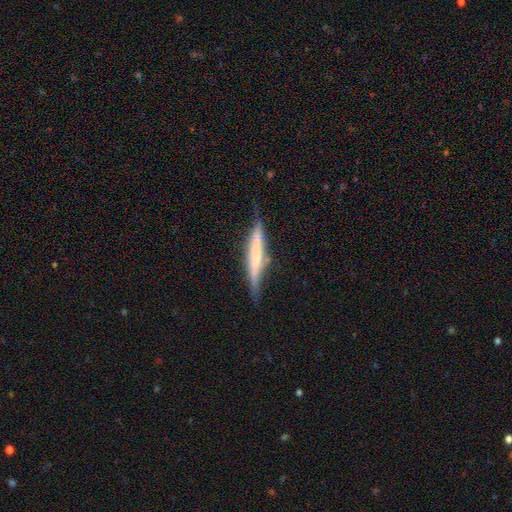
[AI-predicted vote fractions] The model was most divided on "smooth or featured": featured or disk: 51%, smooth: 43%, star or artifact: 6%. More confident: edge-on disk — yes (92%); merging — none (70%).